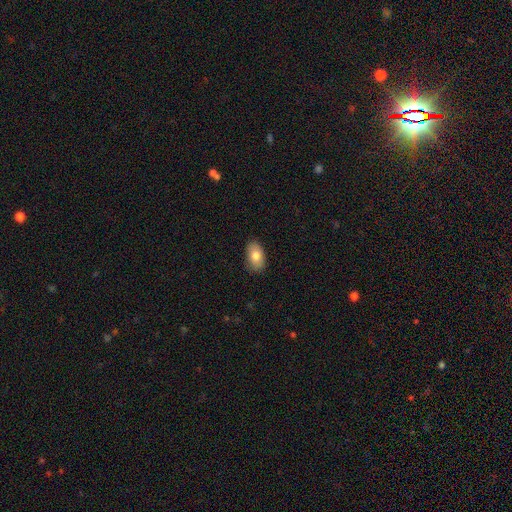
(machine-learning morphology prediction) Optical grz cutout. It shows a smooth galaxy with no disk features (81%) that is in between round and cigar-shaped (92%). Merging: none (86%).